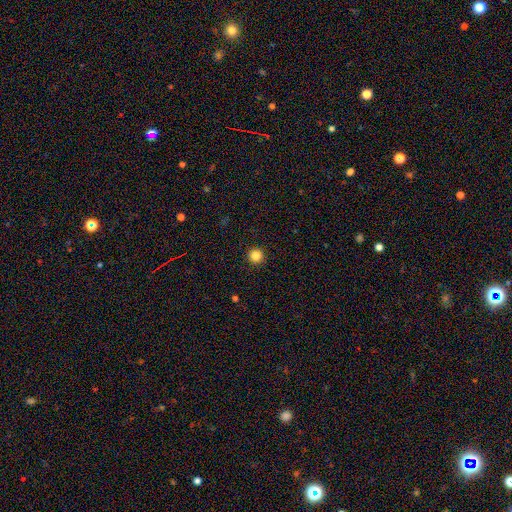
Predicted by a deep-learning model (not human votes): Smooth or featured? smooth (85%)
How rounded? round (96%)
Merging? none (94%)